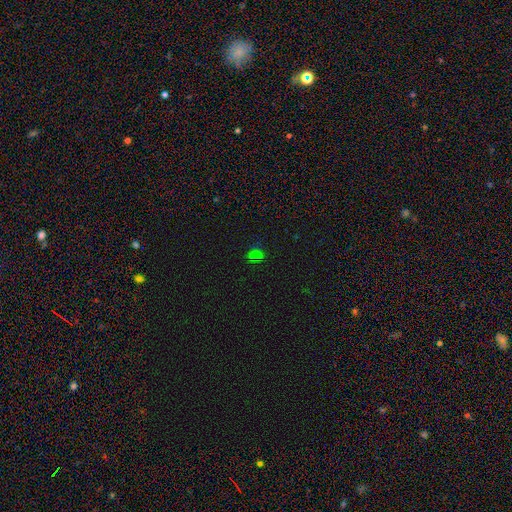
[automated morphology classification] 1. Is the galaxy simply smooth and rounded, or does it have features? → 51% smooth, 43% star or artifact, 6% featured or disk.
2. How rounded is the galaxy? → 54% in between, 43% round, 3% cigar-shaped.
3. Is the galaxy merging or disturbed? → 76% none, 15% minor disturbance, 5% major disturbance, 3% merger.